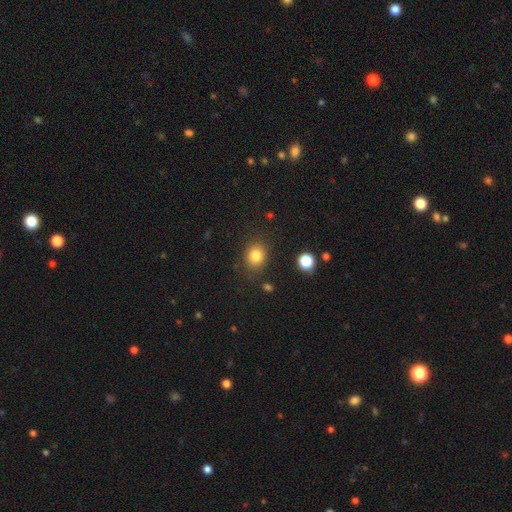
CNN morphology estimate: smooth 83%, star or artifact 11%, featured or disk 6%. Down the decision tree: how rounded — round (66%); merging — none (83%).